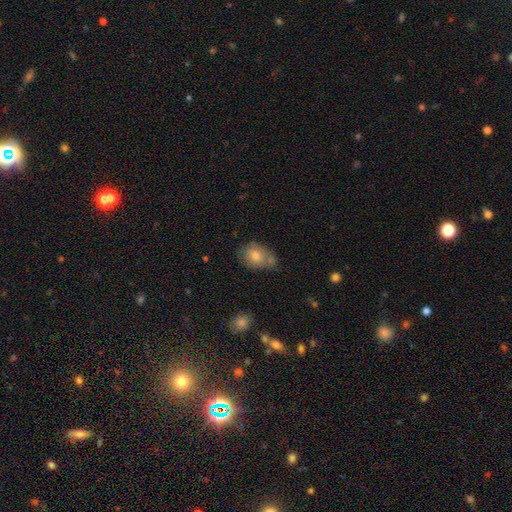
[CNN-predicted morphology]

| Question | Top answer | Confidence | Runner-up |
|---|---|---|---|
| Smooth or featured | smooth | 71% | featured or disk (18%) |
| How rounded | in between | 64% | round (35%) |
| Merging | none | 52% | minor disturbance (24%) |